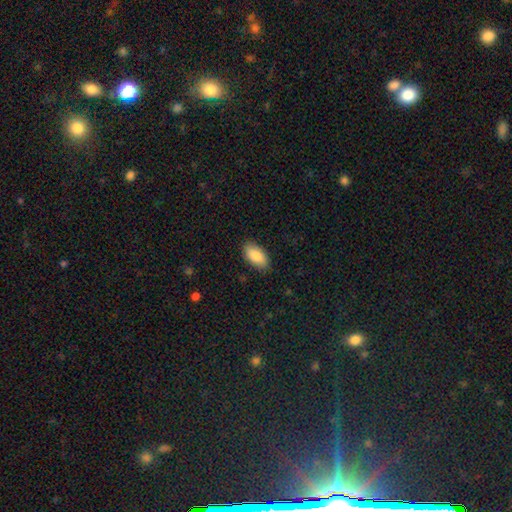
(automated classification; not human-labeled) Smooth or featured? smooth (86%)
How rounded? in between (93%)
Merging? none (87%)